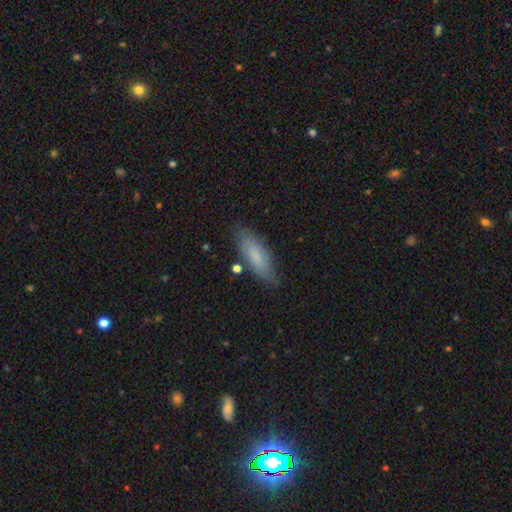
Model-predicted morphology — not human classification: Smooth or featured?
  - smooth: 78% *
  - featured or disk: 16%
  - star or artifact: 6%
How rounded?
  - in between: 59% *
  - cigar-shaped: 40%
  - round: 2%
Merging?
  - none: 81% *
  - minor disturbance: 14%
  - major disturbance: 3%
  - merger: 2%